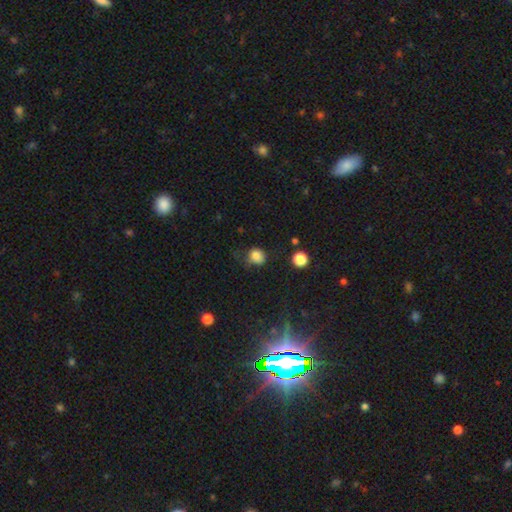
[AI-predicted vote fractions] Smooth or featured? Predicted: smooth (p=0.81). How rounded? Predicted: round (p=0.74). Merging? Predicted: none (p=0.55).